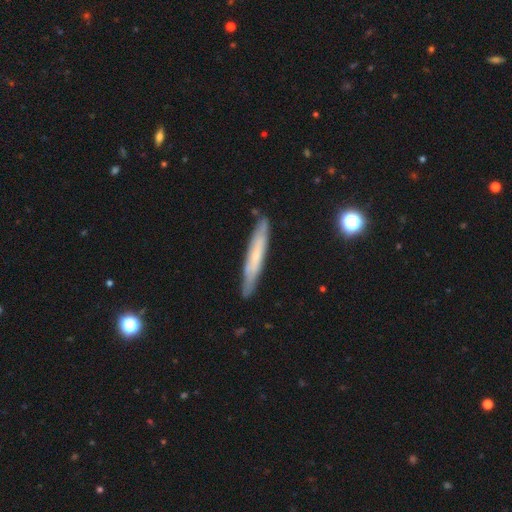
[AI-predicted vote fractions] This appears to be a smooth galaxy with no disk features (48%). Merging: none (85%).